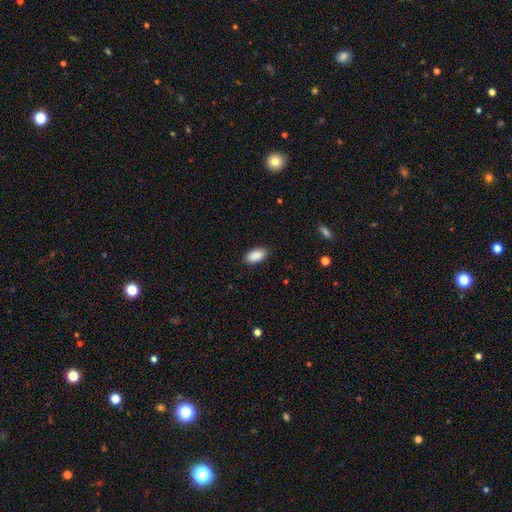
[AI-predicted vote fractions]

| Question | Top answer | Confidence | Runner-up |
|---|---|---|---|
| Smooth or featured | smooth | 90% | star or artifact (7%) |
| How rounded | in between | 94% | round (3%) |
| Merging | none | 86% | minor disturbance (11%) |